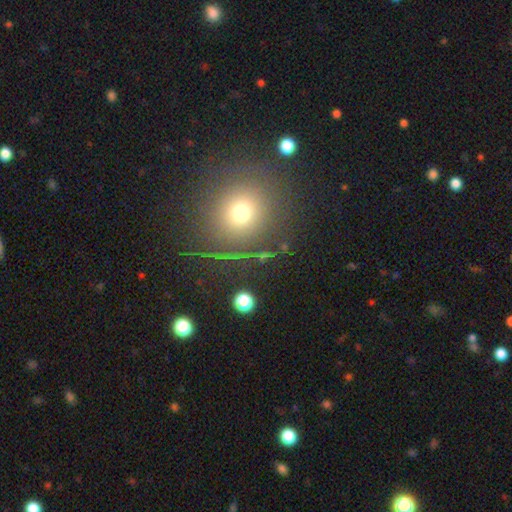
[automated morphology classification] Smooth or featured?
  - smooth: 60% *
  - star or artifact: 25%
  - featured or disk: 16%
How rounded?
  - round: 87% *
  - in between: 11%
  - cigar-shaped: 1%
Merging?
  - none: 83% *
  - minor disturbance: 10%
  - major disturbance: 5%
  - merger: 3%